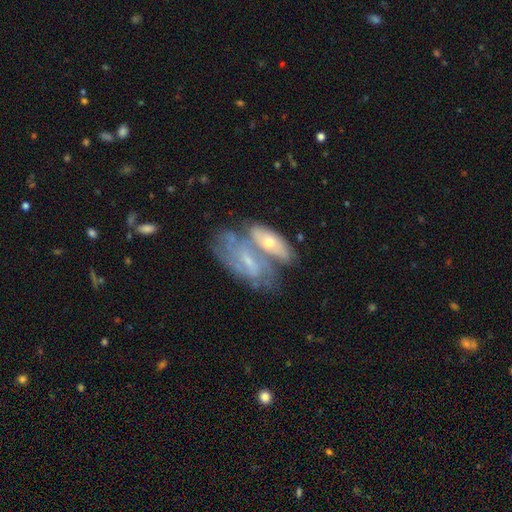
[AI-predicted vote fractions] Morphology: type=featured or disk (71%); edge-on=no (89%); bar=no (42%); spiral arms=yes (74%); bulge=small (59%); merging=merger (60%).